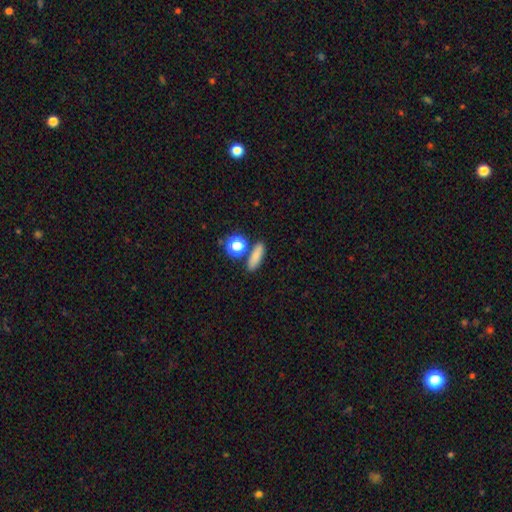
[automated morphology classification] smooth-or-featured: smooth: 79% | star or artifact: 12% | featured or disk: 9%
  how-rounded: in between: 47% | cigar-shaped: 38% | round: 15%
  merging: none: 79% | merger: 9% | minor disturbance: 9% | major disturbance: 3%